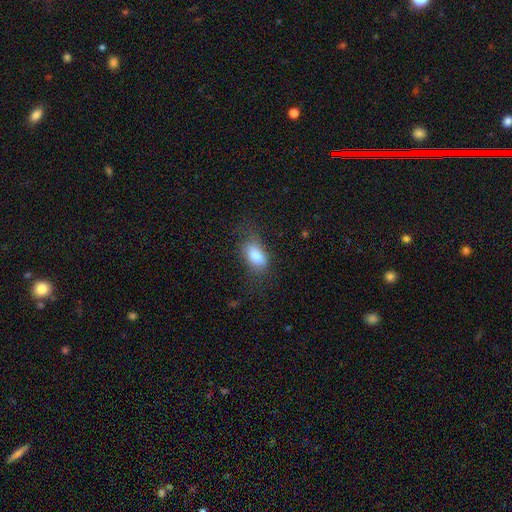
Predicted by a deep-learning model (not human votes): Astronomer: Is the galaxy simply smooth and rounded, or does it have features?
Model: smooth — 81%.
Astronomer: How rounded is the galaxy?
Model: in between — 89%.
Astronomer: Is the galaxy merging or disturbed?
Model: none — 56%.